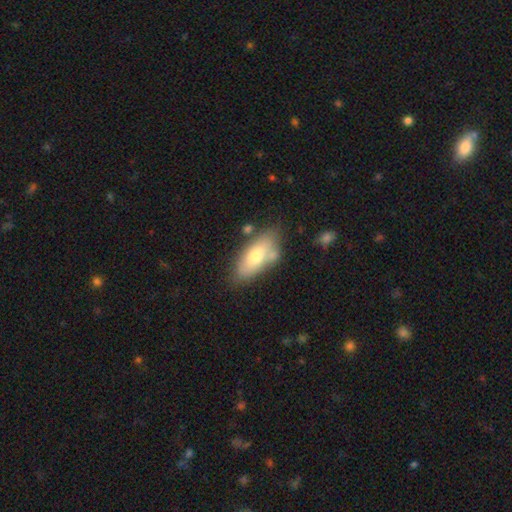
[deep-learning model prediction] Overall: smooth (68%). How rounded: in between (84%). Merging: none (68%).